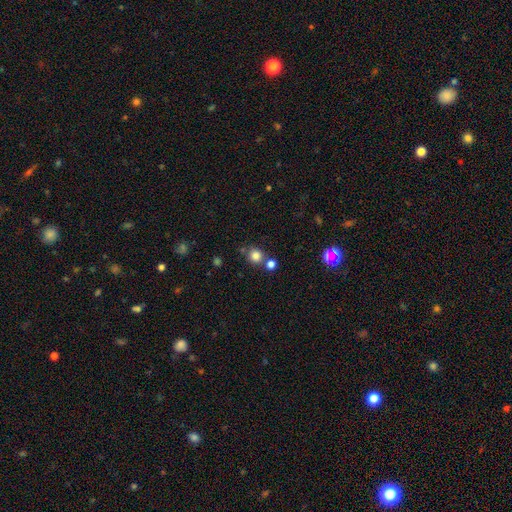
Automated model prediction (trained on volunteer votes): Q: Smooth or featured?
A: smooth (80%); runner-up: star or artifact (14%)
Q: How rounded?
A: round (89%); runner-up: in between (10%)
Q: Merging?
A: none (72%); runner-up: merger (16%)